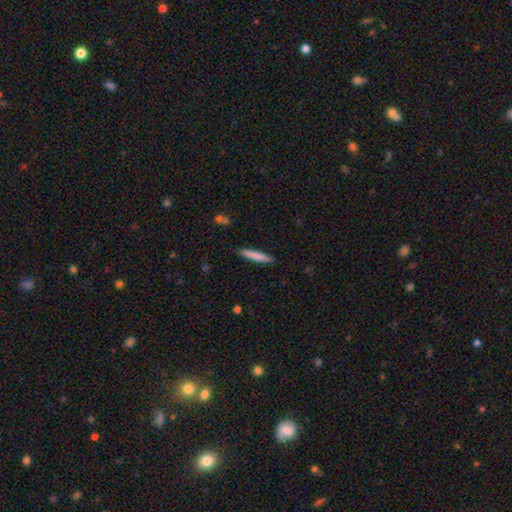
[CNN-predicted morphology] Smooth or featured?
  - smooth: 78% *
  - featured or disk: 16%
  - star or artifact: 6%
How rounded?
  - cigar-shaped: 93% *
  - in between: 5%
  - round: 1%
Merging?
  - none: 89% *
  - minor disturbance: 8%
  - major disturbance: 2%
  - merger: 1%